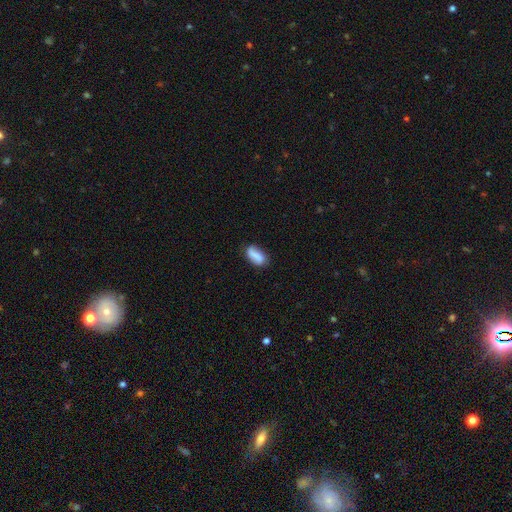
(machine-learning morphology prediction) A smooth galaxy with no disk features (80%) that is in between round and cigar-shaped (84%).

Vote fractions:
- Smooth or featured? smooth: 80% / featured or disk: 13% / star or artifact: 7%
- How rounded? in between: 84% / cigar-shaped: 12% / round: 4%
- Merging? none: 71% / minor disturbance: 20% / major disturbance: 5% / merger: 3%